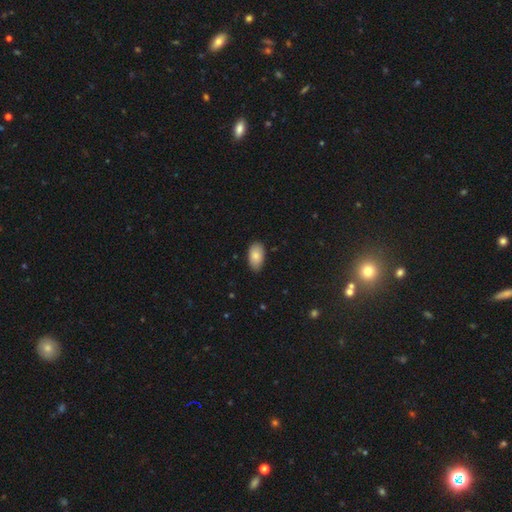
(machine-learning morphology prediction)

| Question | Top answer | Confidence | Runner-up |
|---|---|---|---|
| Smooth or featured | smooth | 85% | featured or disk (8%) |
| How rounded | in between | 94% | round (4%) |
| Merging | none | 83% | minor disturbance (14%) |